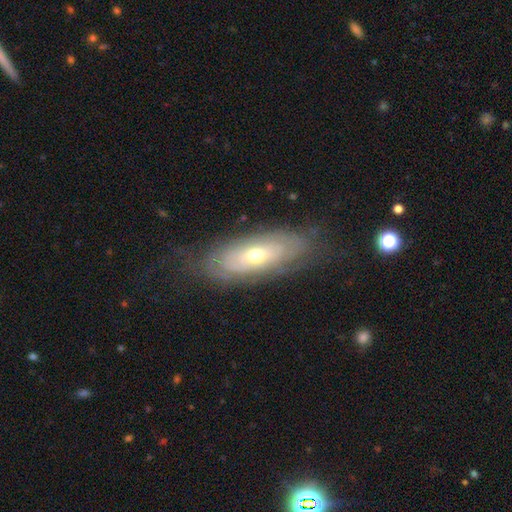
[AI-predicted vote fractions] Overall: featured or disk (65%; smooth 29%). Edge-on disk: no (82%). Bar: no (82%). Spiral arms: yes (56%; no 44%). Bulge size: moderate (70%). Merging: none (72%).